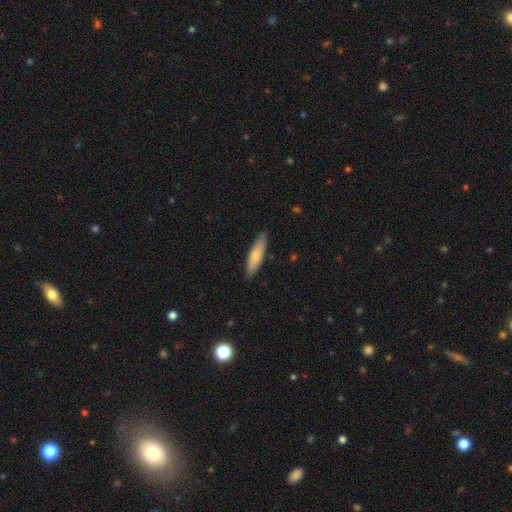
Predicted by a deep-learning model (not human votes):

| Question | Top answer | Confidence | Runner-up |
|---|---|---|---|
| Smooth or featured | smooth | 73% | featured or disk (21%) |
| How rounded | cigar-shaped | 65% | in between (33%) |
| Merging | none | 87% | minor disturbance (11%) |